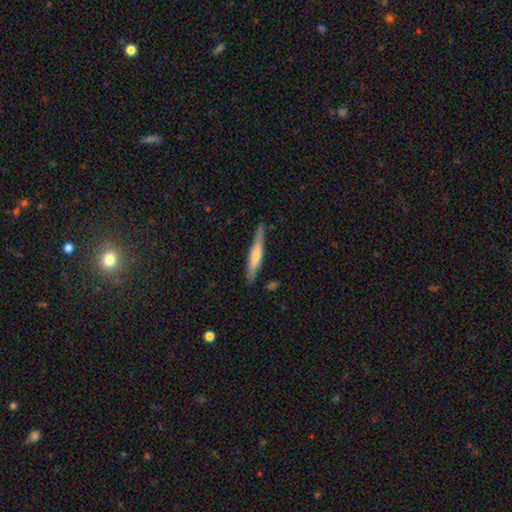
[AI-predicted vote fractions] smooth_or_featured: smooth (p=0.51) [alt: featured or disk p=0.43]
how_rounded: cigar-shaped (p=0.94) [alt: in between p=0.05]
merging: none (p=0.80) [alt: minor disturbance p=0.15]